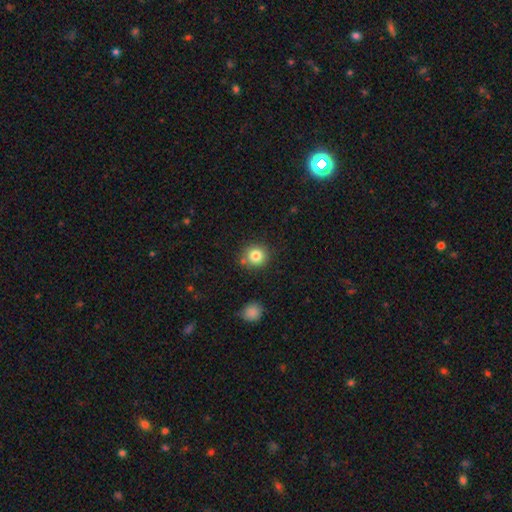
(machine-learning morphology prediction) A smooth galaxy with no disk features (83%) that is round (89%). Merging: none (81%).